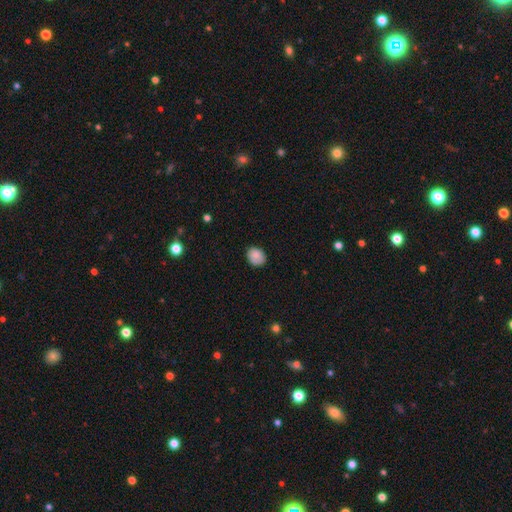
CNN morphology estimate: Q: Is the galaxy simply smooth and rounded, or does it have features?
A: smooth — 84%.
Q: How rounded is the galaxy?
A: round — 52%.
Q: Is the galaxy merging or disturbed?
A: none — 78%.